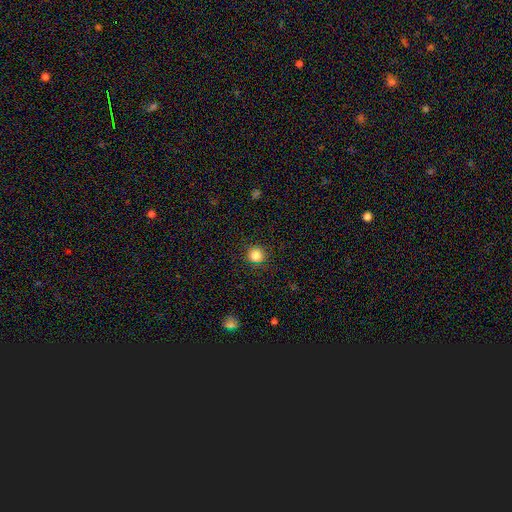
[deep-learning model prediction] This appears to be a smooth galaxy with no disk features (85%) that is round (94%). Merging: none (91%).